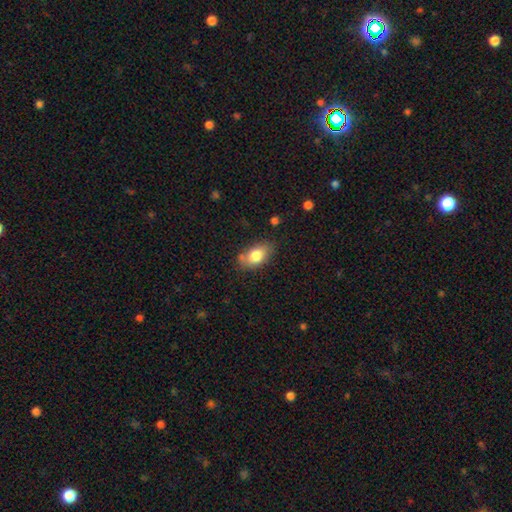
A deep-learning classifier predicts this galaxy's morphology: Smooth or featured?
  - smooth: 80% *
  - featured or disk: 13%
  - star or artifact: 7%
How rounded?
  - in between: 89% *
  - round: 8%
  - cigar-shaped: 3%
Merging?
  - none: 71% *
  - minor disturbance: 19%
  - merger: 5%
  - major disturbance: 4%